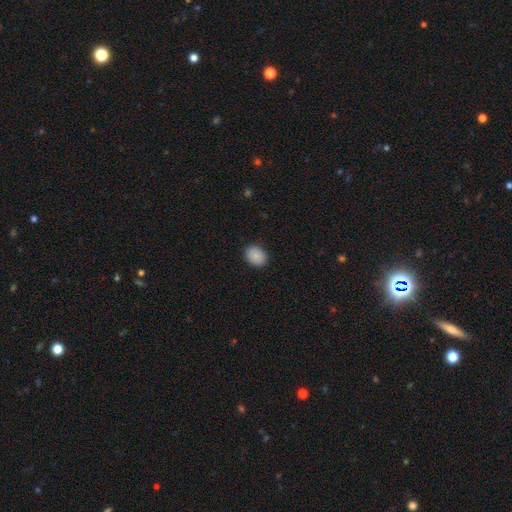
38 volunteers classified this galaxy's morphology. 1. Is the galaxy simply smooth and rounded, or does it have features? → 87% smooth, 13% featured or disk, 0% star or artifact.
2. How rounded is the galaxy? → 70% in between, 30% round, 0% cigar-shaped.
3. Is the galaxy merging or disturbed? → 87% none, 8% minor disturbance, 5% major disturbance, 0% merger.